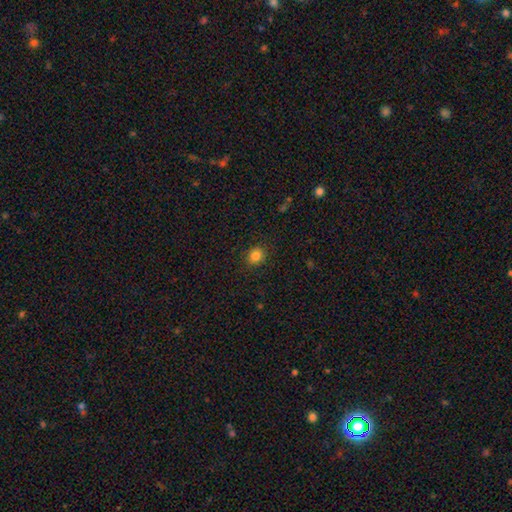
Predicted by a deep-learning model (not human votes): smooth 83%, star or artifact 12%, featured or disk 5%. Down the decision tree: how rounded — round (73%); merging — none (89%).